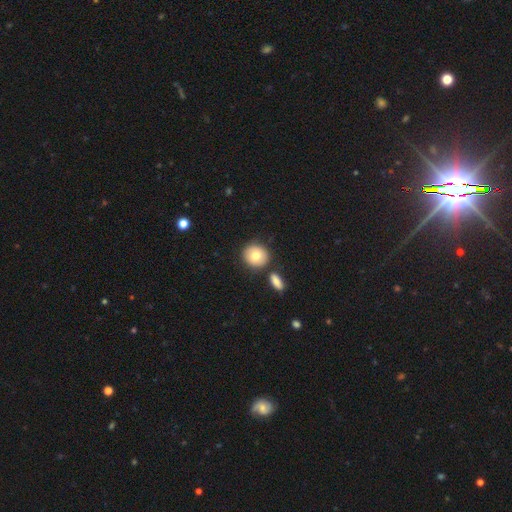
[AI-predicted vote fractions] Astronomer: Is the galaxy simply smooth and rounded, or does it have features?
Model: smooth — 78%.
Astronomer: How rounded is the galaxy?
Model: round — 83%.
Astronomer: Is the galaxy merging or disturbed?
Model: none — 77%.